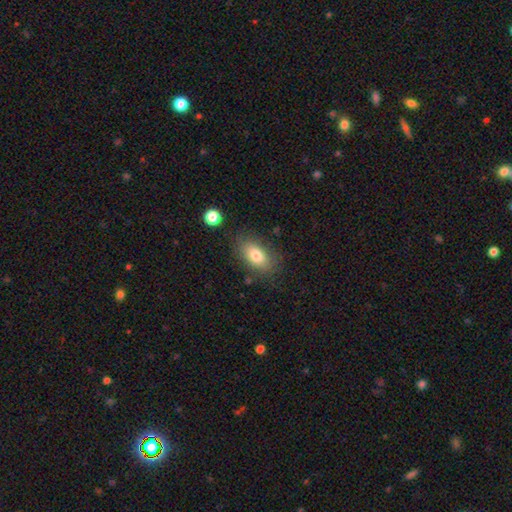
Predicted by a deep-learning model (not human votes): smooth 78%, featured or disk 13%, star or artifact 9%. Down the decision tree: how rounded — in between (88%); merging — none (79%).